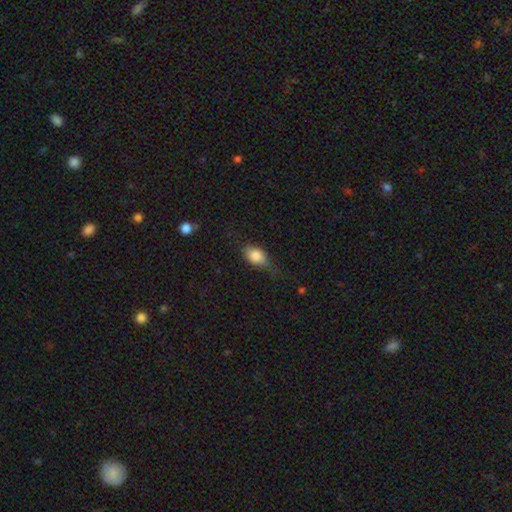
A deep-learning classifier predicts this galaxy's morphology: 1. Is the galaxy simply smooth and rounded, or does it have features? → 78% smooth, 14% featured or disk, 8% star or artifact.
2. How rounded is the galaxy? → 76% in between, 19% round, 5% cigar-shaped.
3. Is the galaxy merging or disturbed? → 50% none, 34% minor disturbance, 14% major disturbance, 2% merger.